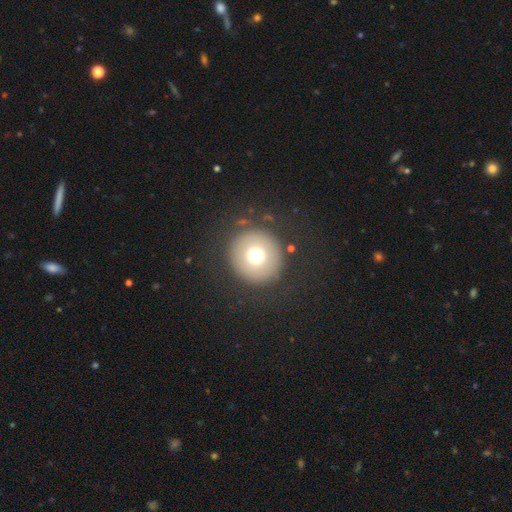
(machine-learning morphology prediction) smooth-or-featured: smooth: 69% | featured or disk: 17% | star or artifact: 14%
  how-rounded: round: 96% | in between: 4% | cigar-shaped: 1%
  merging: none: 88% | minor disturbance: 7% | major disturbance: 4% | merger: 2%